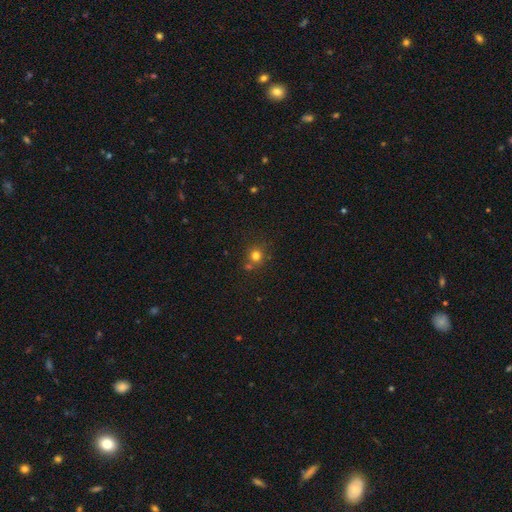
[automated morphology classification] smooth 77%, star or artifact 16%, featured or disk 7%. Down the decision tree: how rounded — round (89%); merging — none (70%).